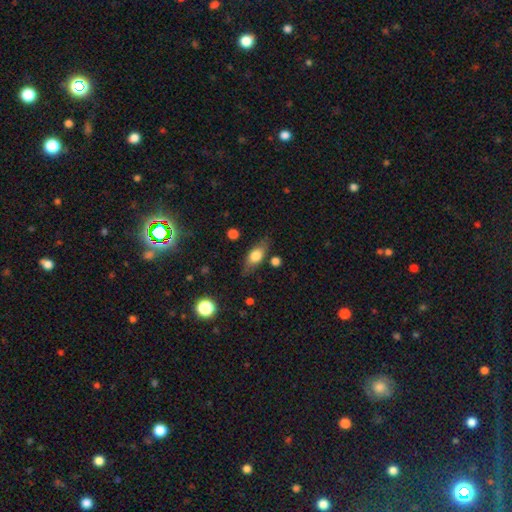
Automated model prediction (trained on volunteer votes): smooth-or-featured: smooth: 67% | featured or disk: 25% | star or artifact: 8%
  how-rounded: in between: 76% | cigar-shaped: 17% | round: 7%
  merging: none: 74% | minor disturbance: 18% | major disturbance: 5% | merger: 3%